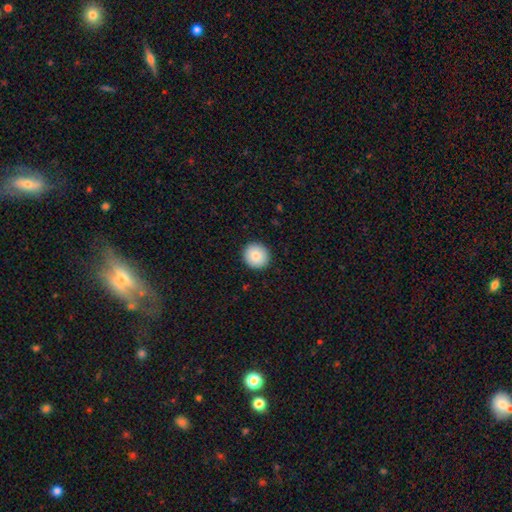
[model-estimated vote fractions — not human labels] Morphology: type=smooth (86%); roundness=round (92%); merging=none (92%).